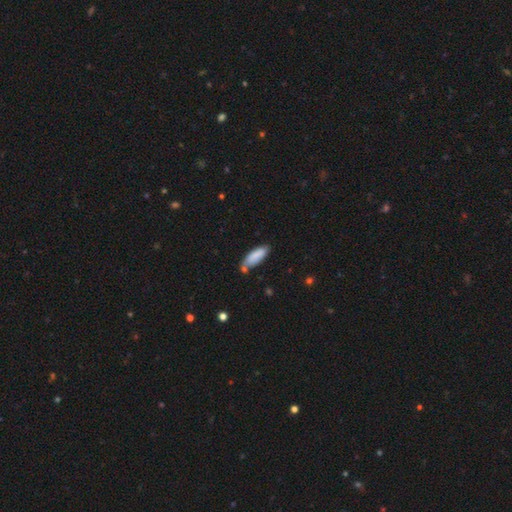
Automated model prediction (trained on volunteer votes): smooth_or_featured: smooth (p=0.85) [alt: featured or disk p=0.08]
how_rounded: in between (p=0.58) [alt: cigar-shaped p=0.41]
merging: none (p=0.65) [alt: minor disturbance p=0.21]